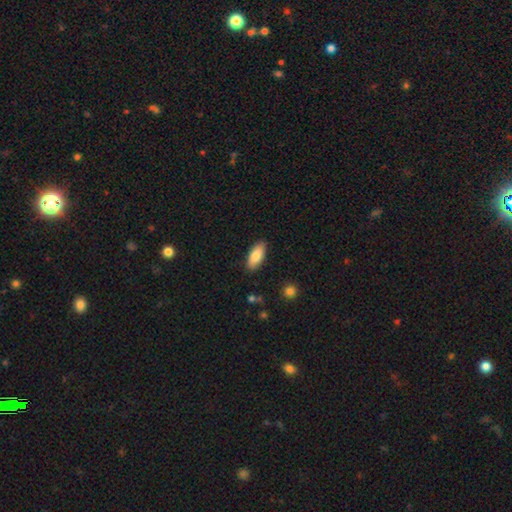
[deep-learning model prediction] A smooth galaxy with no disk features (85%) that is in between round and cigar-shaped (84%). Merging: none (88%).